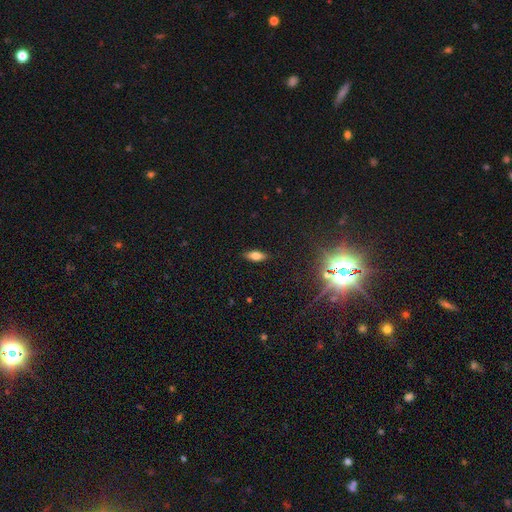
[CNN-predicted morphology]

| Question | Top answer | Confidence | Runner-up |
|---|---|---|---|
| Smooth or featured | smooth | 66% | featured or disk (22%) |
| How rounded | in between | 75% | cigar-shaped (21%) |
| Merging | none | 87% | minor disturbance (10%) |